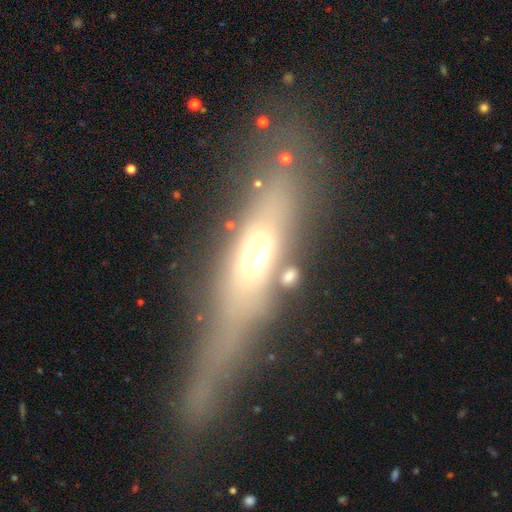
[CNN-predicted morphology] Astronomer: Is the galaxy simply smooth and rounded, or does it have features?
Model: featured or disk — 52% (runner-up: smooth, 36%).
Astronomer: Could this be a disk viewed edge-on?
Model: yes — 76%.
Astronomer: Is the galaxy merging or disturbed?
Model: none — 61%.